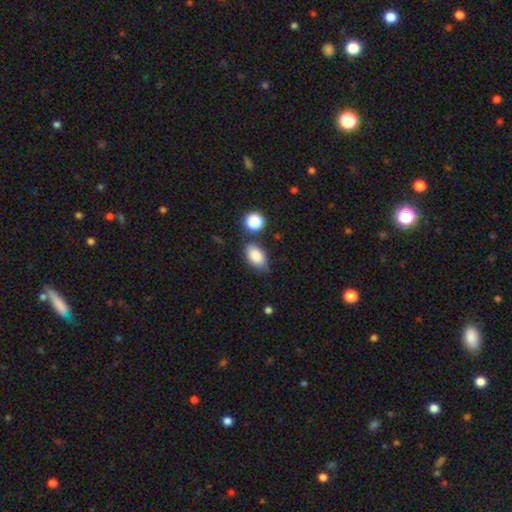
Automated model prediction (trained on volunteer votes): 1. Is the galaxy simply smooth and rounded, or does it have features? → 85% smooth, 9% star or artifact, 7% featured or disk.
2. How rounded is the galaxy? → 90% in between, 8% round, 2% cigar-shaped.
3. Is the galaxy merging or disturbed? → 72% none, 17% minor disturbance, 7% merger, 4% major disturbance.